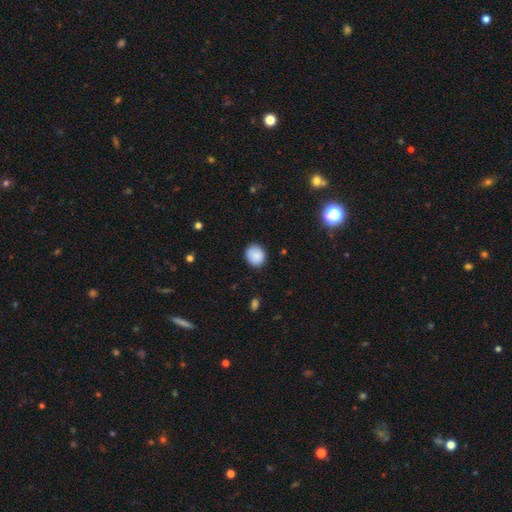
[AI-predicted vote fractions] Q: Smooth or featured?
A: smooth (88%); runner-up: star or artifact (8%)
Q: How rounded?
A: round (76%); runner-up: in between (23%)
Q: Merging?
A: none (85%); runner-up: minor disturbance (12%)